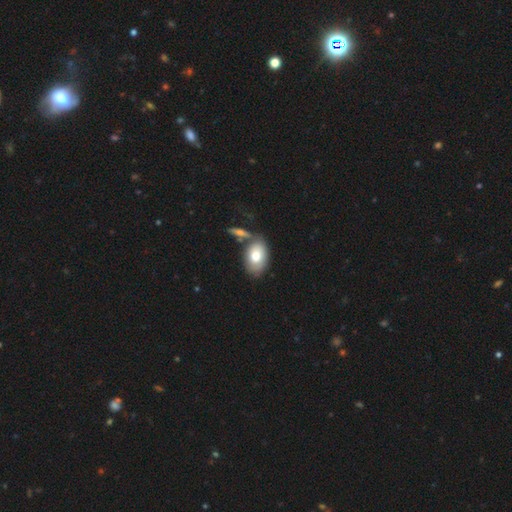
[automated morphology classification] smooth_or_featured: smooth (p=0.70) [alt: featured or disk p=0.23]
how_rounded: in between (p=0.86) [alt: round p=0.12]
merging: none (p=0.58) [alt: merger p=0.24]